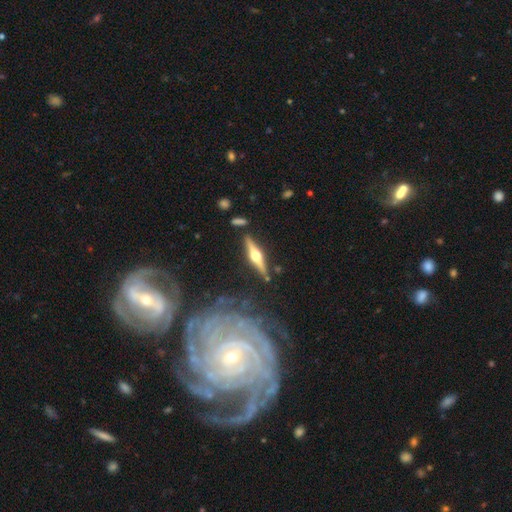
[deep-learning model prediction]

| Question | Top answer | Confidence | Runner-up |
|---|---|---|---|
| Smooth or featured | featured or disk | 74% | smooth (20%) |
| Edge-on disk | yes | 97% | no (3%) |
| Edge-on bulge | rounded | 96% | boxy (2%) |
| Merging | none | 86% | minor disturbance (9%) |